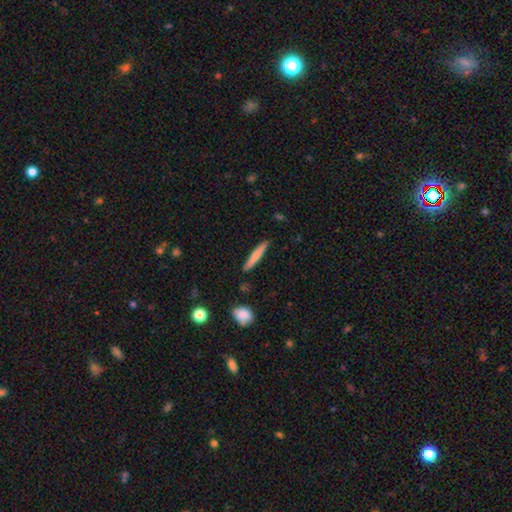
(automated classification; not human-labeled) smooth-or-featured: smooth: 73% | featured or disk: 21% | star or artifact: 5%
  how-rounded: cigar-shaped: 94% | in between: 4% | round: 1%
  merging: none: 88% | minor disturbance: 9% | merger: 2% | major disturbance: 2%